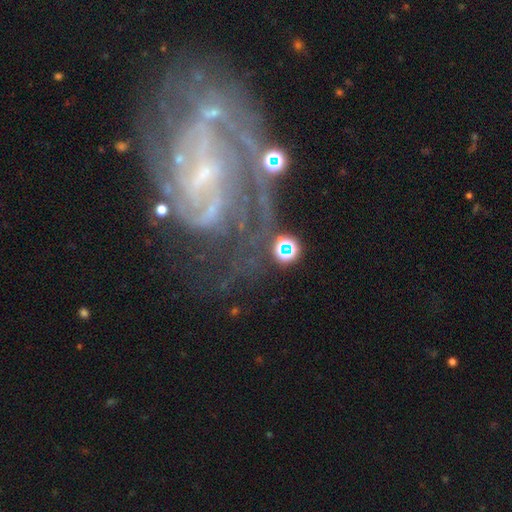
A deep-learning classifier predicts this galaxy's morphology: smooth_or_featured: featured or disk (p=0.86) [alt: star or artifact p=0.08]
disk_edge_on: no (p=0.97) [alt: yes p=0.03]
bar: weak (p=0.44) [alt: no p=0.37]
has_spiral_arms: yes (p=0.91) [alt: no p=0.09]
spiral_winding: tight (p=0.47) [alt: medium p=0.40]
spiral_arm_count: 2 (p=0.31) [tied with: can't tell p=0.31]
bulge_size: small (p=0.70) [alt: none p=0.16]
merging: none (p=0.57) [alt: minor disturbance p=0.19]